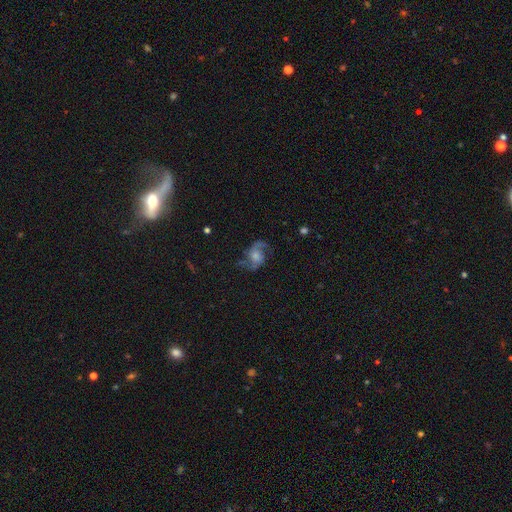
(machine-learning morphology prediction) Overall: featured or disk (77%). Edge-on disk: no (97%). Bar: no (67%; weak 28%). Spiral arms: yes (92%). Spiral arm count: 2 (86%). Spiral winding: loose (51%; medium 40%). Bulge size: moderate (41%; small 31%). Merging: none (63%).